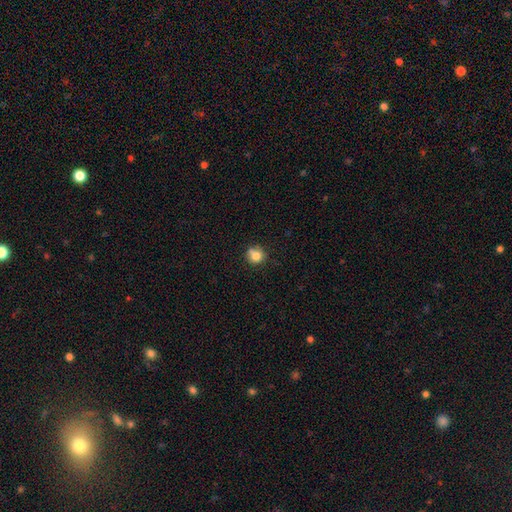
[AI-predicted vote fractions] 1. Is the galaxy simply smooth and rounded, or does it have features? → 81% smooth, 11% star or artifact, 9% featured or disk.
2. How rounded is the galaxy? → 88% round, 11% in between, 1% cigar-shaped.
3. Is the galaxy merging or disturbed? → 68% none, 18% minor disturbance, 9% merger, 4% major disturbance.